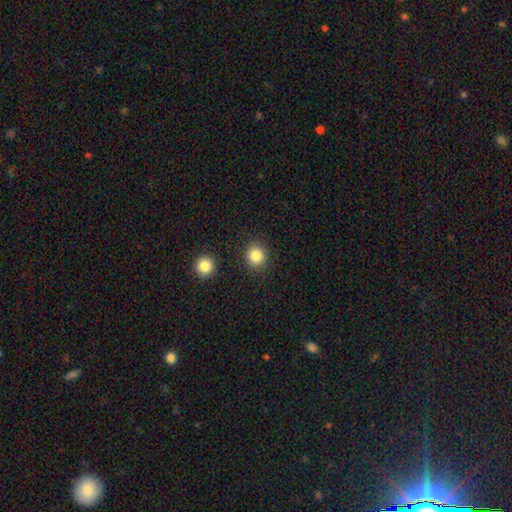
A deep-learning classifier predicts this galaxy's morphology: smooth-or-featured: smooth: 85% | star or artifact: 10% | featured or disk: 5%
  how-rounded: round: 83% | in between: 16% | cigar-shaped: 1%
  merging: none: 87% | minor disturbance: 7% | merger: 3% | major disturbance: 3%